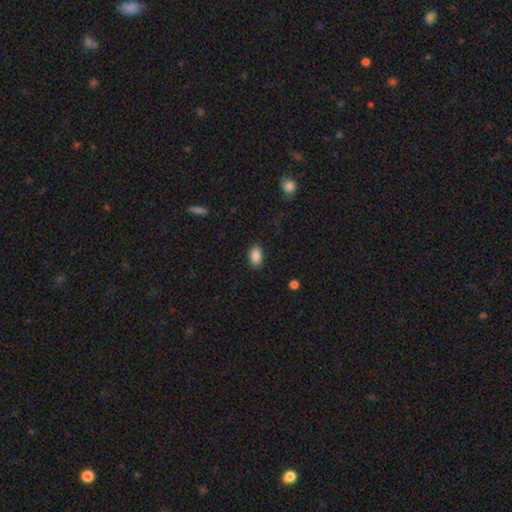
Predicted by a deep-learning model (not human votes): smooth_or_featured: smooth (p=0.88) [alt: star or artifact p=0.08]
how_rounded: in between (p=0.89) [alt: round p=0.10]
merging: none (p=0.88) [alt: minor disturbance p=0.09]